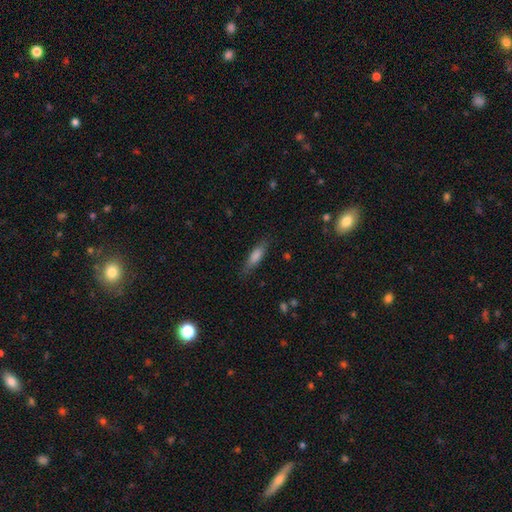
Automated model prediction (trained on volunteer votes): smooth-or-featured: smooth: 74% | featured or disk: 18% | star or artifact: 8%
  how-rounded: cigar-shaped: 59% | in between: 39% | round: 2%
  merging: none: 80% | minor disturbance: 15% | major disturbance: 4% | merger: 1%